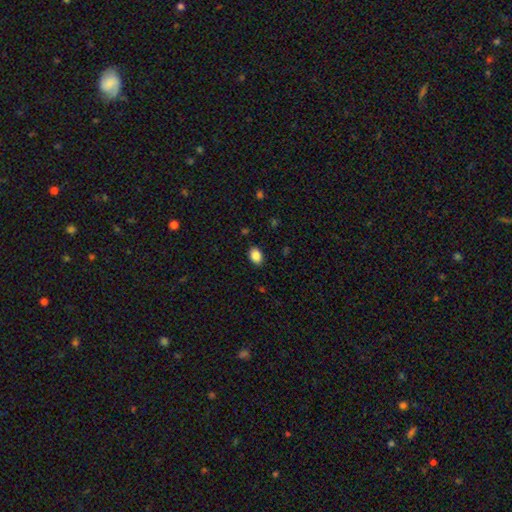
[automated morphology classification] This is clearly a smooth galaxy (86%). How rounded: likely in between (73%). Merging: clearly none (89%).